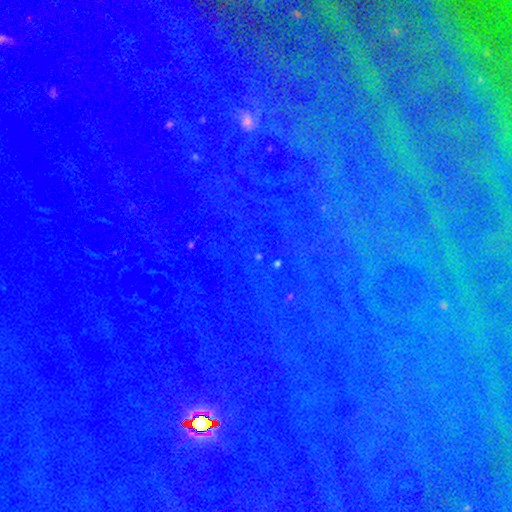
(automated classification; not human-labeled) Q: Smooth or featured?
A: star or artifact (85%); runner-up: smooth (8%)